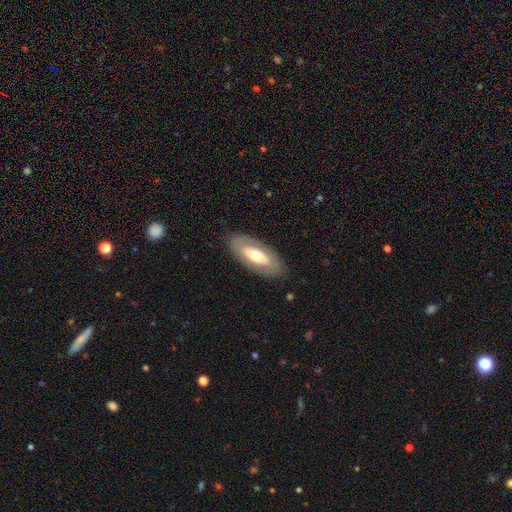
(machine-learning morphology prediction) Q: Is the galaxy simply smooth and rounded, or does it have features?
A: featured or disk — 49%.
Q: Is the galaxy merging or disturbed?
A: none — 84%.